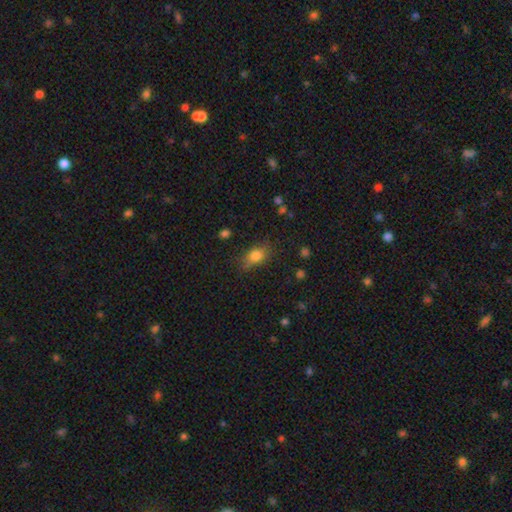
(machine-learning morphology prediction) Smooth or featured: smooth — 80% (star or artifact — 10%)
How rounded: in between — 77% (round — 18%)
Merging: none — 68% (minor disturbance — 23%)